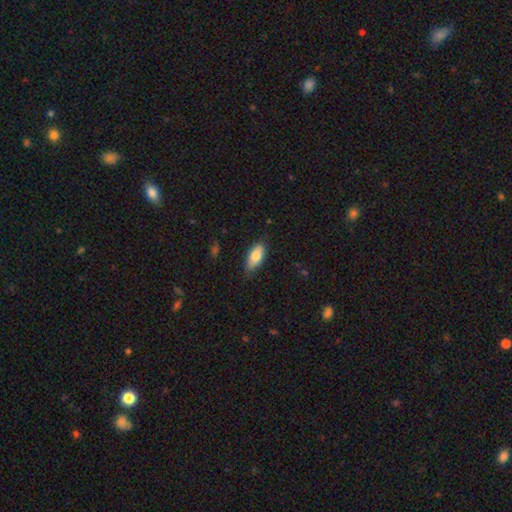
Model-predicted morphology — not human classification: Smooth or featured: smooth — 81% (featured or disk — 13%)
How rounded: in between — 86% (cigar-shaped — 11%)
Merging: none — 77% (minor disturbance — 19%)